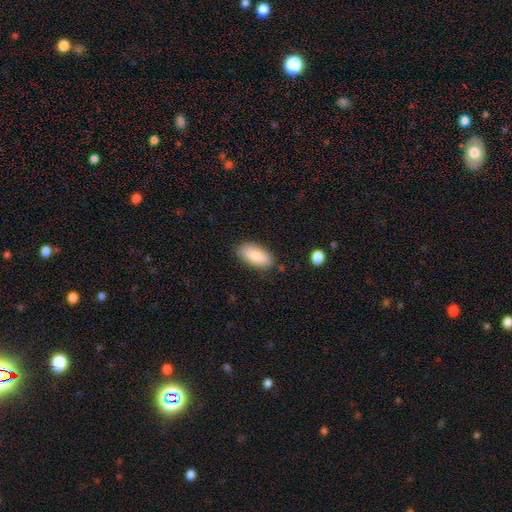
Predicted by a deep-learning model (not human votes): smooth-or-featured: smooth: 82% | featured or disk: 12% | star or artifact: 6%
  how-rounded: in between: 91% | cigar-shaped: 6% | round: 2%
  merging: none: 82% | minor disturbance: 13% | major disturbance: 3% | merger: 2%